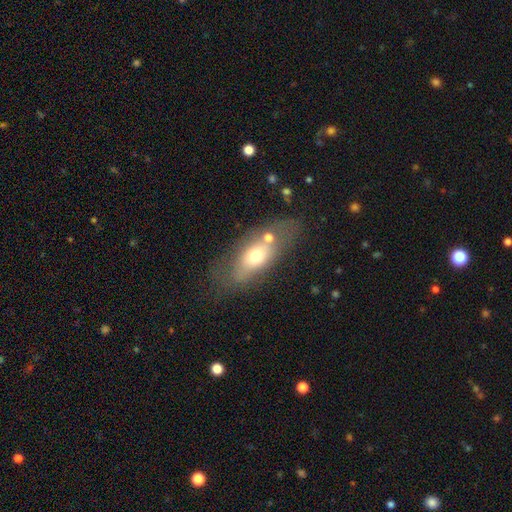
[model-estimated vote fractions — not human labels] Smooth or featured? Predicted: smooth (p=0.59). How rounded? Predicted: in between (p=0.78). Merging? Predicted: none (p=0.57).